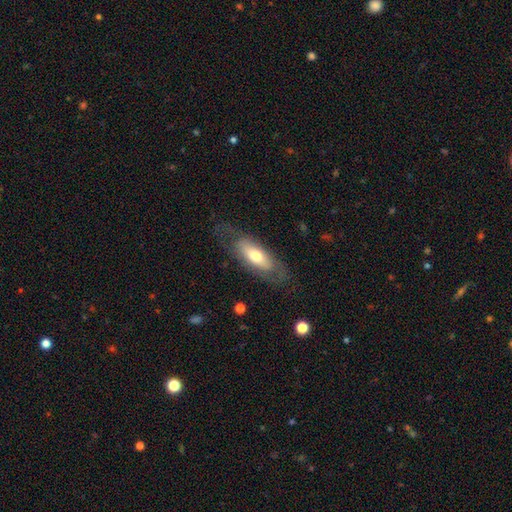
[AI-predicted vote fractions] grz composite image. It shows a smooth galaxy with no disk features (52%) that is in between round and cigar-shaped (72%). Merging: none (67%).